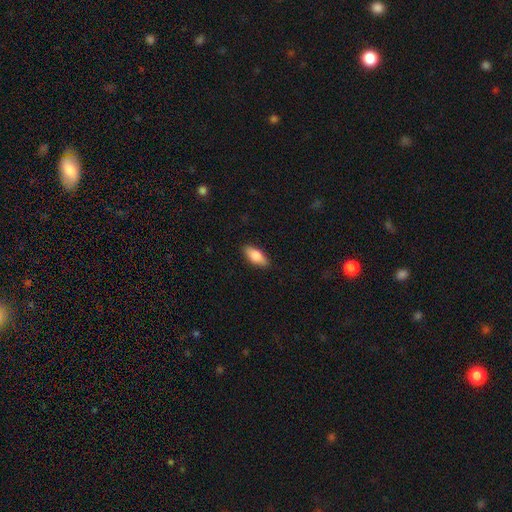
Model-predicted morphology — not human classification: This is likely a smooth galaxy (79%). How rounded: clearly in between (82%). Merging: clearly none (89%).